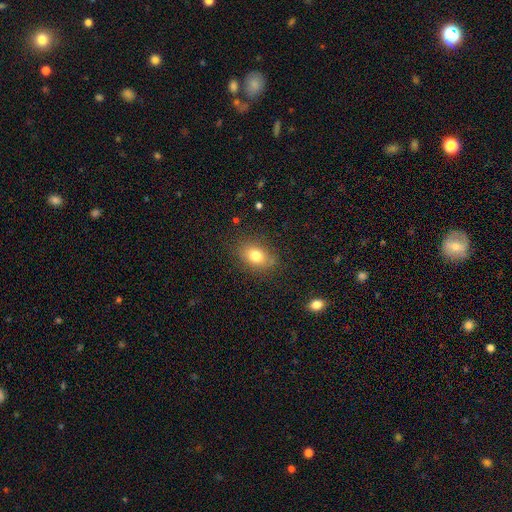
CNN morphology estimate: Q: Smooth or featured?
A: smooth (77%); runner-up: featured or disk (12%)
Q: How rounded?
A: in between (72%); runner-up: round (27%)
Q: Merging?
A: none (81%); runner-up: minor disturbance (14%)